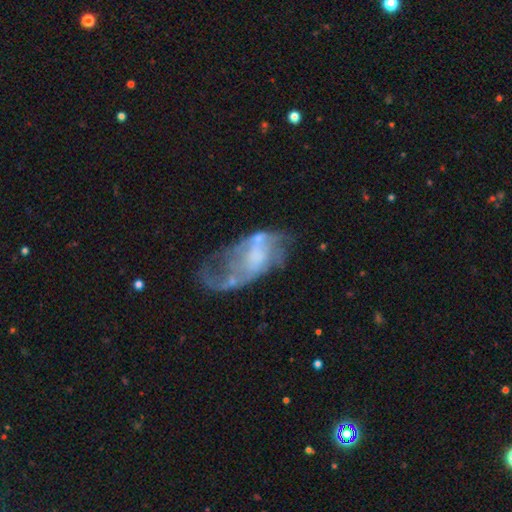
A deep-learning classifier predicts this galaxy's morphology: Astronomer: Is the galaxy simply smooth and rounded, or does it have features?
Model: featured or disk — 72%.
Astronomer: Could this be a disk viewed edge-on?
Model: no — 96%.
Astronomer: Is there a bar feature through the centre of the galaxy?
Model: no — 67%.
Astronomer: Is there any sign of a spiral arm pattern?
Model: yes — 66%.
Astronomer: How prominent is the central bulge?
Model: none — 43% (runner-up: small, 24%).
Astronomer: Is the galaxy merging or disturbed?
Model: major disturbance — 37% (runner-up: none, 34%).